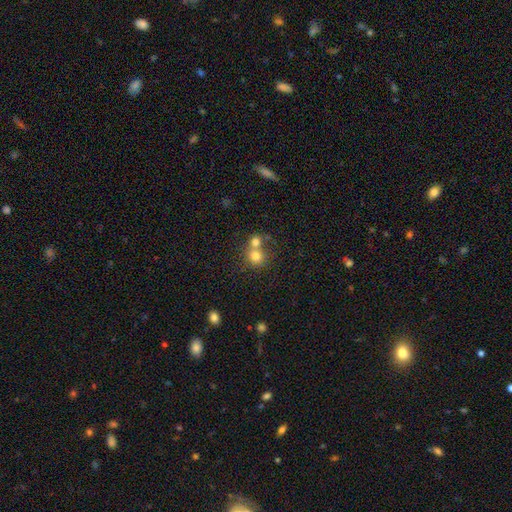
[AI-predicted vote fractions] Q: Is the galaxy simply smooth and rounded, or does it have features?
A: smooth — 76%.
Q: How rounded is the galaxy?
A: round — 85%.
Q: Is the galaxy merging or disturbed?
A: merger — 51%.